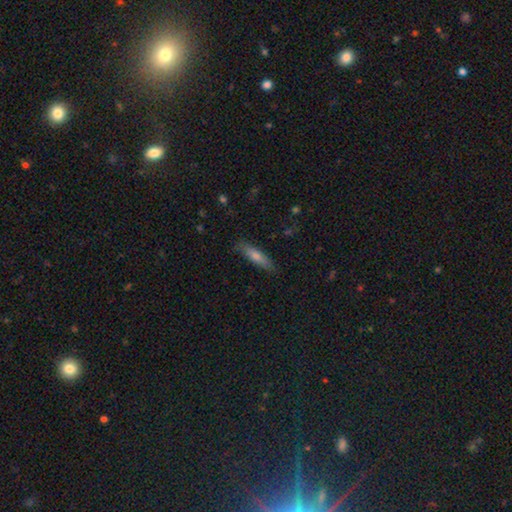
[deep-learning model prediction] smooth 64%, featured or disk 29%, star or artifact 7%. Down the decision tree: how rounded — cigar-shaped (80%); merging — none (84%).